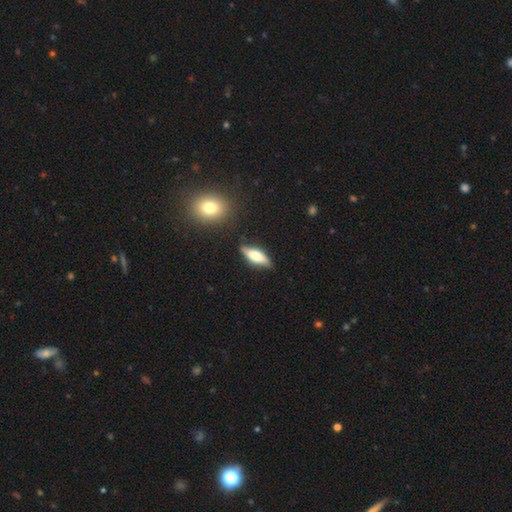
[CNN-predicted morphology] smooth_or_featured: smooth (p=0.55) [alt: featured or disk p=0.39]
how_rounded: in between (p=0.59) [alt: cigar-shaped p=0.38]
merging: none (p=0.74) [alt: minor disturbance p=0.19]